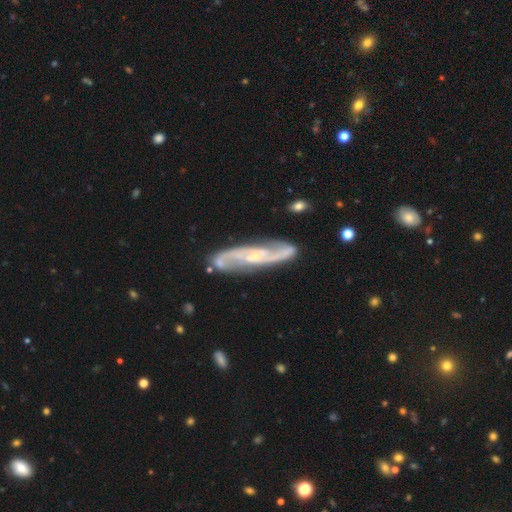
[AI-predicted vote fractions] Smooth or featured? Predicted: featured or disk (p=0.87). Edge-on disk? Predicted: no (p=0.82). Bar? Predicted: no (p=0.41). Spiral arms? Predicted: yes (p=0.97). Spiral winding? Predicted: medium (p=0.49). Spiral arm count? Predicted: 2 (p=0.88). Bulge size? Predicted: small (p=0.61). Merging? Predicted: none (p=0.80).